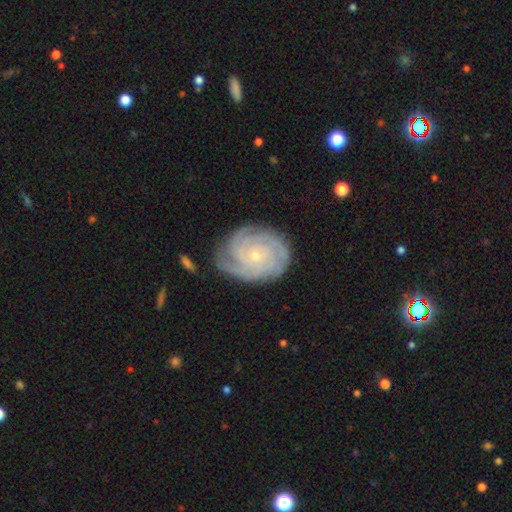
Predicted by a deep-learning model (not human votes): This appears to be a featured or disk galaxy (86%) with no bar (79%), 4 (33%) tight (81%) spiral arms (98%) and a small central bulge (77%). Merging: none (77%).